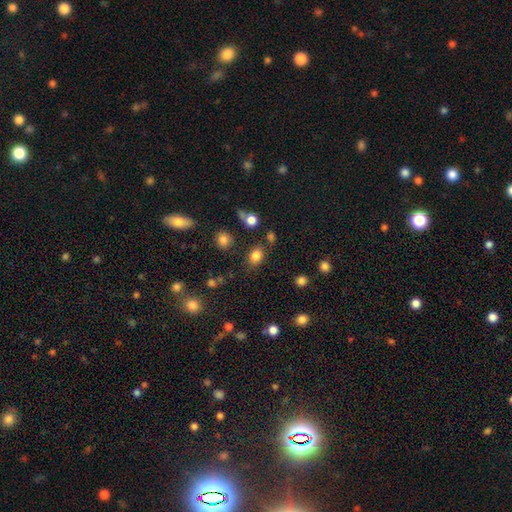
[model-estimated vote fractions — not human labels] Smooth or featured? smooth (82%)
How rounded? in between (66%)
Merging? none (77%)